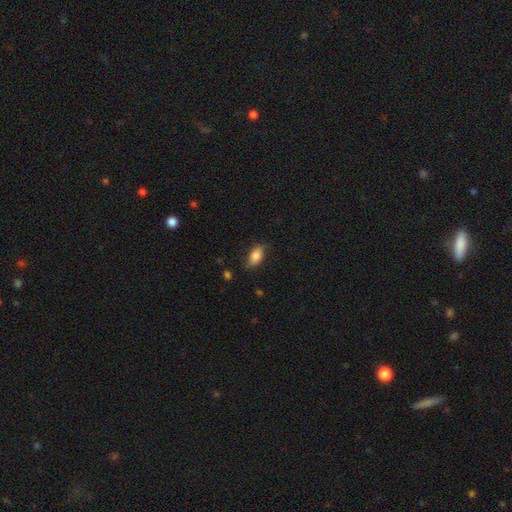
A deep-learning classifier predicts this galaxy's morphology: This appears to be a smooth galaxy with no disk features (80%) that is in between round and cigar-shaped (89%). Merging: none (77%).